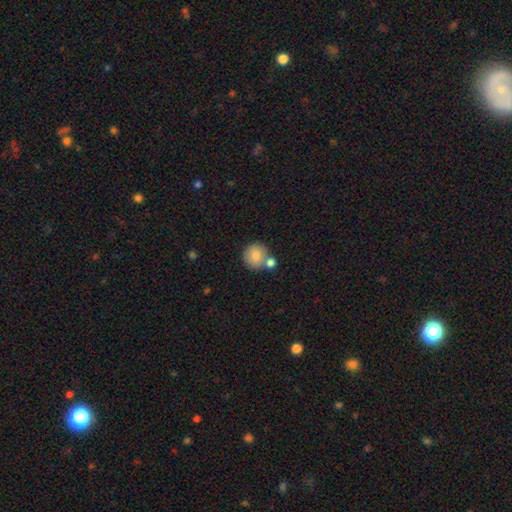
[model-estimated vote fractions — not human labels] A smooth galaxy with no disk features (82%) that is round (90%).

Vote fractions:
- Smooth or featured? smooth: 82% / featured or disk: 10% / star or artifact: 8%
- How rounded? round: 90% / in between: 9% / cigar-shaped: 1%
- Merging? none: 58% / merger: 28% / minor disturbance: 10% / major disturbance: 3%